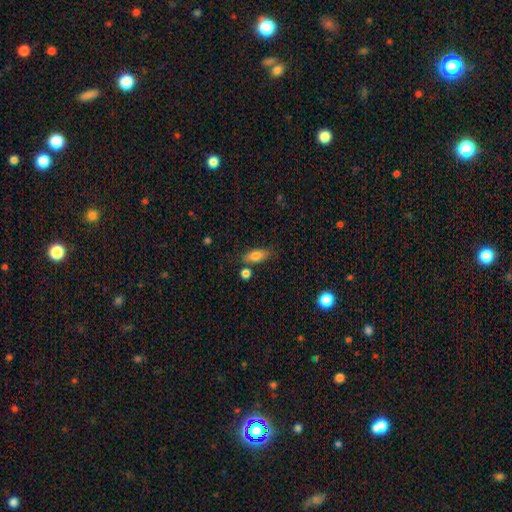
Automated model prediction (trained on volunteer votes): smooth-or-featured: smooth: 78% | featured or disk: 14% | star or artifact: 8%
  how-rounded: in between: 74% | cigar-shaped: 23% | round: 4%
  merging: none: 73% | minor disturbance: 15% | merger: 8% | major disturbance: 4%